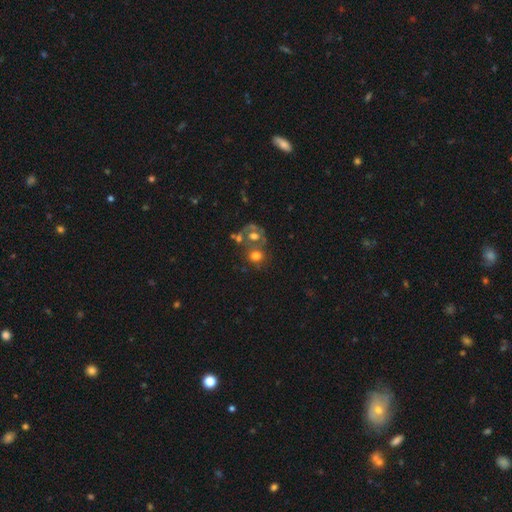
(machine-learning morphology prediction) smooth-or-featured: smooth: 58% | featured or disk: 27% | star or artifact: 15%
  how-rounded: round: 74% | in between: 25% | cigar-shaped: 1%
  merging: merger: 44% | none: 37% | minor disturbance: 10% | major disturbance: 9%